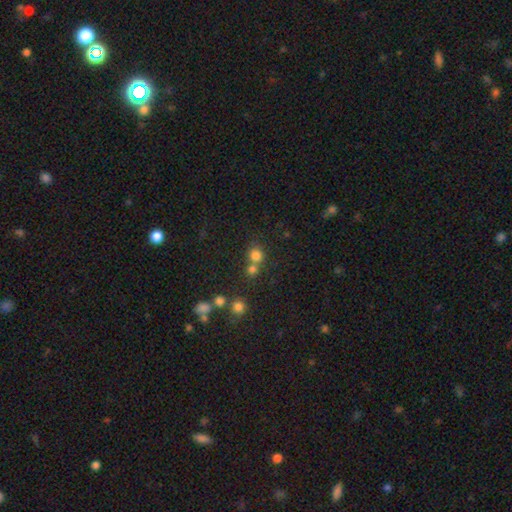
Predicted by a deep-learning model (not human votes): Smooth or featured? smooth (76%)
How rounded? round (87%)
Merging? none (55%)